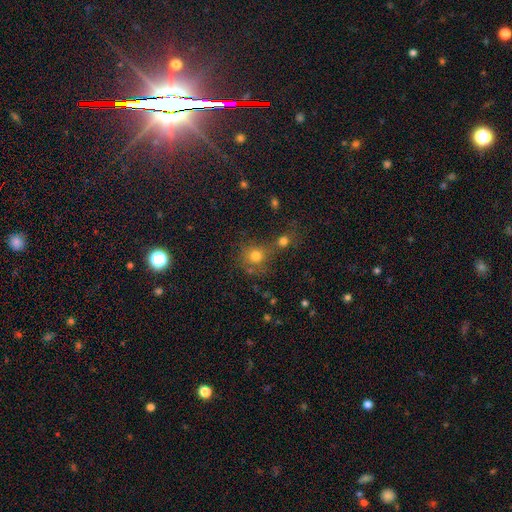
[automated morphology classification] A smooth galaxy with no disk features (75%) that is round (86%).

Vote fractions:
- Smooth or featured? smooth: 75% / star or artifact: 15% / featured or disk: 10%
- How rounded? round: 86% / in between: 13% / cigar-shaped: 1%
- Merging? none: 46% / merger: 39% / minor disturbance: 9% / major disturbance: 6%